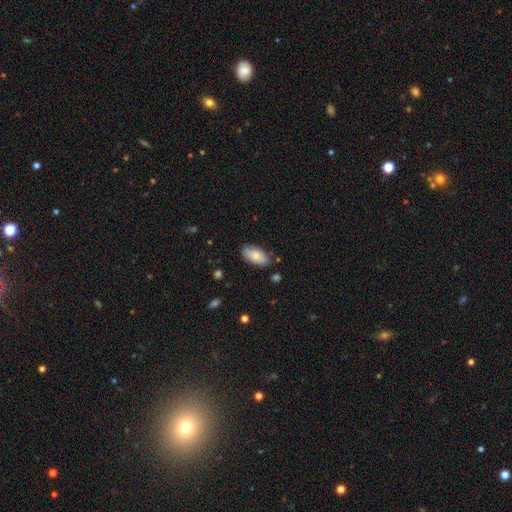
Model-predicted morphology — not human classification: This is likely a smooth galaxy (79%). How rounded: clearly in between (91%). Merging: clearly none (81%).